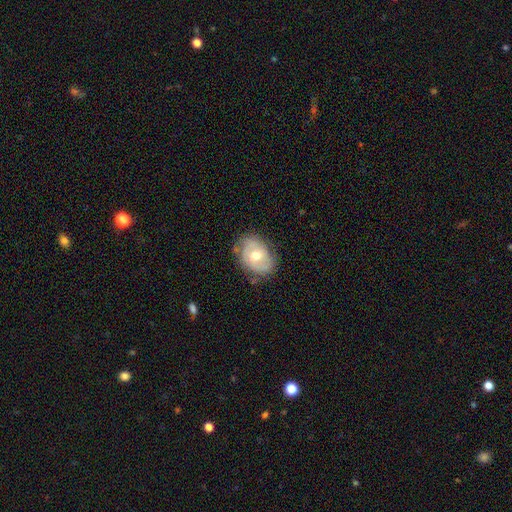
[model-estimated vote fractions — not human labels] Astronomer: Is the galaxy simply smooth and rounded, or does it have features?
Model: featured or disk — 55% (runner-up: smooth, 38%).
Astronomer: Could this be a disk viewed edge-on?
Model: no — 95%.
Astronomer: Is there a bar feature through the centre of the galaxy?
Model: no — 66%.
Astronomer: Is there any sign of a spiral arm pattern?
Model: yes — 64%.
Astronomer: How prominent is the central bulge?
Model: moderate — 75%.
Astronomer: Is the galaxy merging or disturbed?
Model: none — 71%.